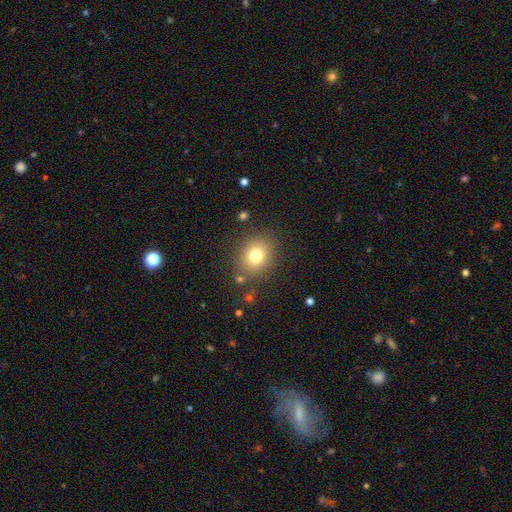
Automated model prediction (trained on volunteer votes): smooth_or_featured: smooth (p=0.77) [alt: star or artifact p=0.13]
how_rounded: round (p=0.66) [alt: in between p=0.33]
merging: none (p=0.83) [alt: minor disturbance p=0.10]